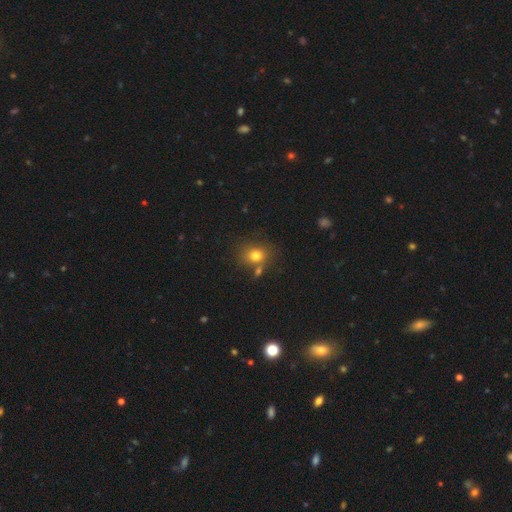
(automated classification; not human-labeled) Overall: smooth (77%). How rounded: round (63%; in between 36%). Merging: none (63%).